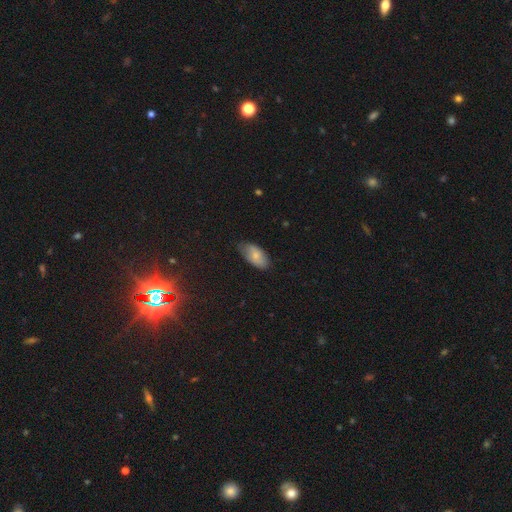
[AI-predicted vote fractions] This is likely a smooth galaxy (74%). How rounded: clearly in between (94%). Merging: likely none (69%).